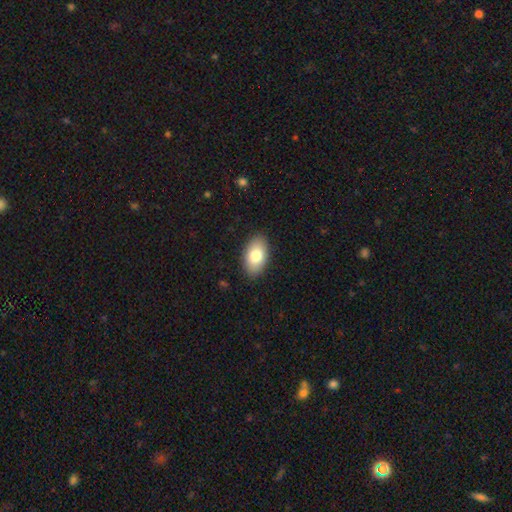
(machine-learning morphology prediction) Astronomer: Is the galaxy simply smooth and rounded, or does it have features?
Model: smooth — 80%.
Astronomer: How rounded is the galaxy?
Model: in between — 93%.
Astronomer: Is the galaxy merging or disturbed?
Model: none — 89%.